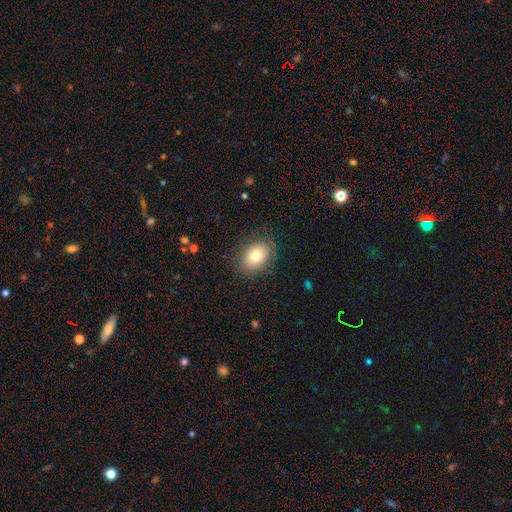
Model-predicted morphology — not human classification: smooth_or_featured: smooth (p=0.78) [alt: featured or disk p=0.14]
how_rounded: in between (p=0.73) [alt: round p=0.26]
merging: none (p=0.82) [alt: minor disturbance p=0.12]